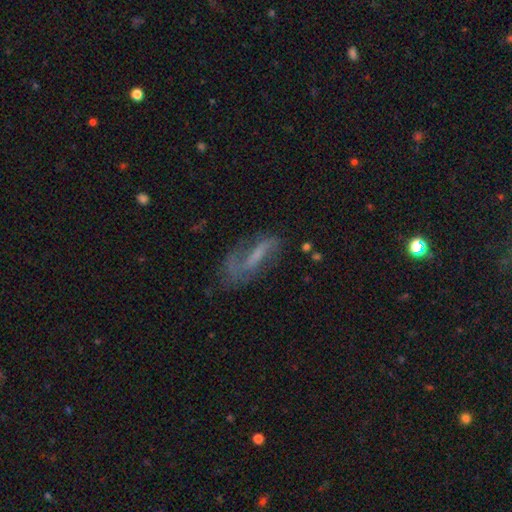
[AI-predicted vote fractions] Smooth or featured: featured or disk — 61% (smooth — 28%)
Edge-on disk: no — 83% (yes — 17%)
Bar: strong — 38% (weak — 35%)
Spiral arms: yes — 74% (no — 26%)
Bulge size: none — 45% (small — 30%)
Merging: none — 49% (minor disturbance — 24%)